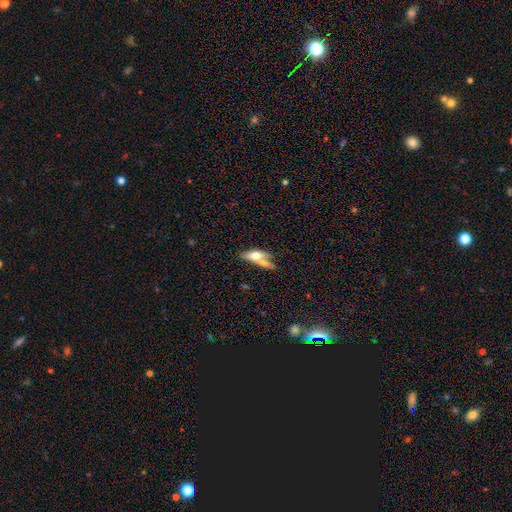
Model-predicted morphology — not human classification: A smooth galaxy with no disk features (57%) that is in between round and cigar-shaped (56%).

Vote fractions:
- Smooth or featured? smooth: 57% / featured or disk: 36% / star or artifact: 7%
- How rounded? in between: 56% / cigar-shaped: 41% / round: 4%
- Merging? merger: 45% / none: 36% / minor disturbance: 12% / major disturbance: 7%